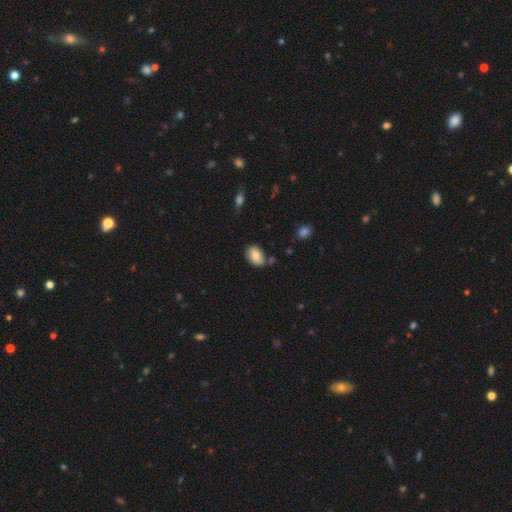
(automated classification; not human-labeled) Overall: smooth (83%). How rounded: in between (90%). Merging: none (75%).